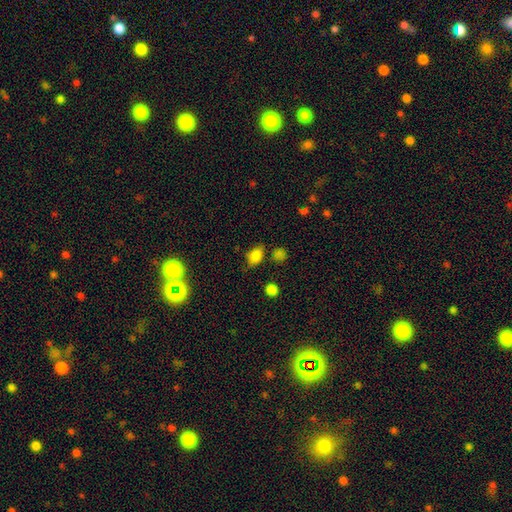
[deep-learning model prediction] This appears to be a smooth galaxy with no disk features (80%) that is in between round and cigar-shaped (77%). Merging: none (71%).